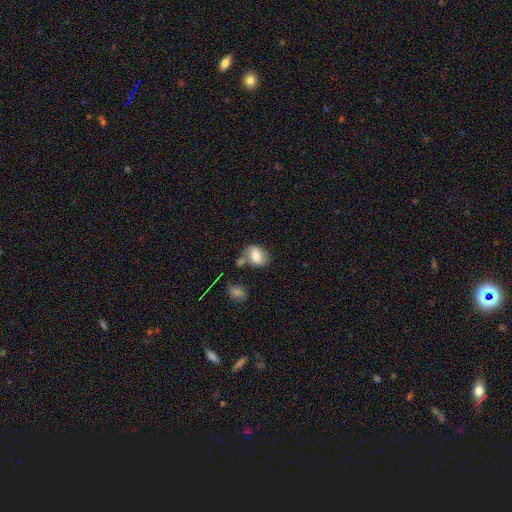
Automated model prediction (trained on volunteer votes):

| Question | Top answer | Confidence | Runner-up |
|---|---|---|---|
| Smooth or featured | smooth | 72% | featured or disk (20%) |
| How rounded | in between | 72% | round (26%) |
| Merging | none | 55% | minor disturbance (21%) |